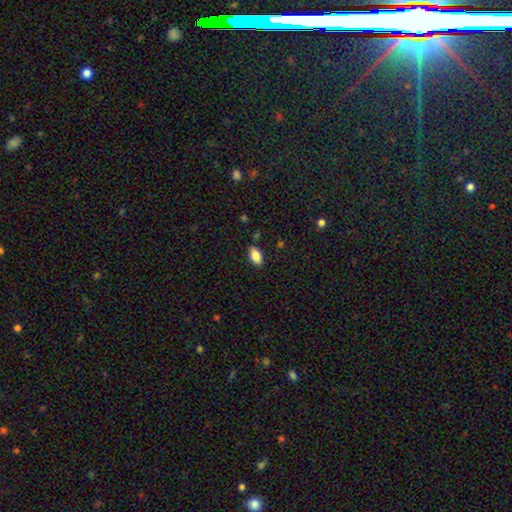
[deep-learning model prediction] Smooth or featured? Predicted: smooth (p=0.85). How rounded? Predicted: in between (p=0.92). Merging? Predicted: none (p=0.86).